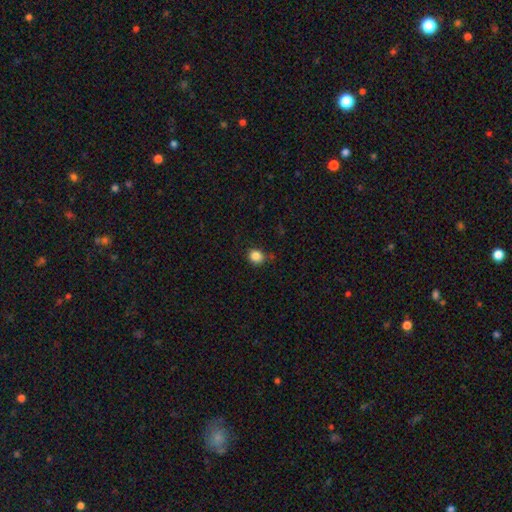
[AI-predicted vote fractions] Smooth or featured?
  - smooth: 85% *
  - star or artifact: 11%
  - featured or disk: 4%
How rounded?
  - round: 80% *
  - in between: 19%
  - cigar-shaped: 1%
Merging?
  - none: 82% *
  - minor disturbance: 12%
  - merger: 3%
  - major disturbance: 3%